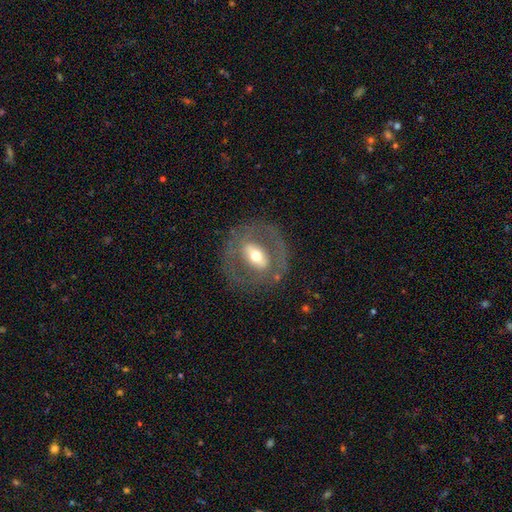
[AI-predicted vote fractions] Q: Smooth or featured?
A: featured or disk (66%); runner-up: smooth (28%)
Q: Edge-on disk?
A: no (88%); runner-up: yes (12%)
Q: Bar?
A: strong (45%); runner-up: no (29%)
Q: Spiral arms?
A: no (78%); runner-up: yes (22%)
Q: Bulge size?
A: moderate (64%); runner-up: small (22%)
Q: Merging?
A: none (76%); runner-up: minor disturbance (12%)